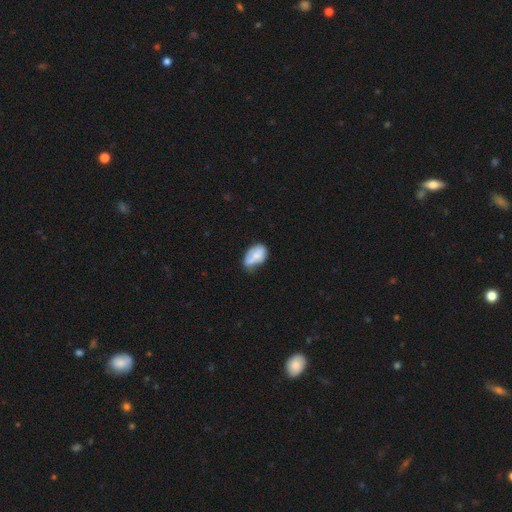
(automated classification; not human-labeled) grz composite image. It shows a smooth galaxy with no disk features (65%) that is in between round and cigar-shaped (89%). Merging: minor disturbance (35%, tied with none).